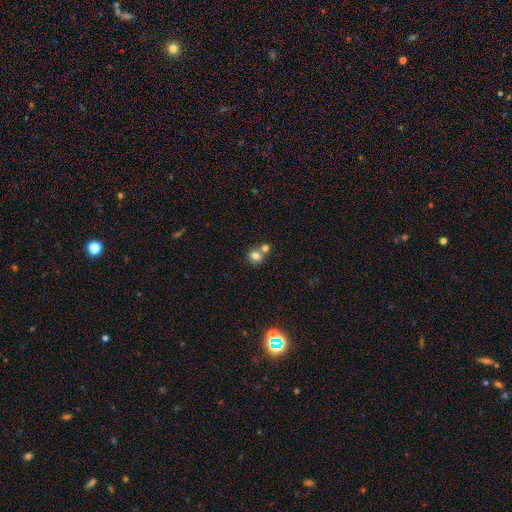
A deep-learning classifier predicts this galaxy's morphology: This is likely a smooth galaxy (76%). How rounded: likely round (63%). Merging: possibly merger (48%).